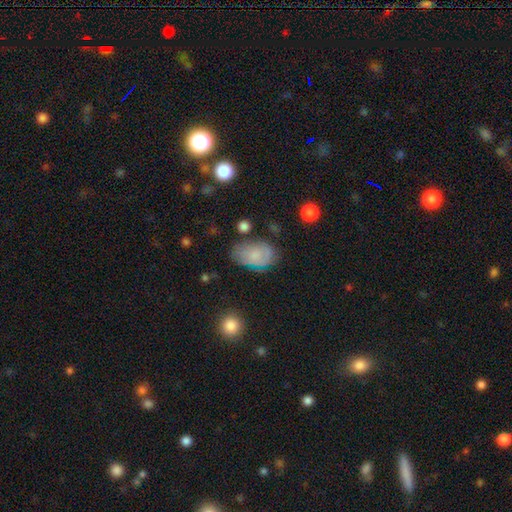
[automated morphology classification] Smooth or featured? Predicted: smooth (p=0.63). How rounded? Predicted: in between (p=0.87). Merging? Predicted: none (p=0.61).